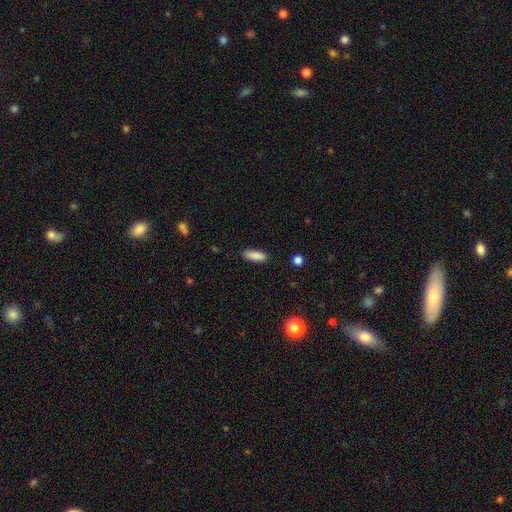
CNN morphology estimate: Q: Smooth or featured?
A: smooth (88%); runner-up: star or artifact (7%)
Q: How rounded?
A: in between (63%); runner-up: cigar-shaped (35%)
Q: Merging?
A: none (87%); runner-up: minor disturbance (10%)